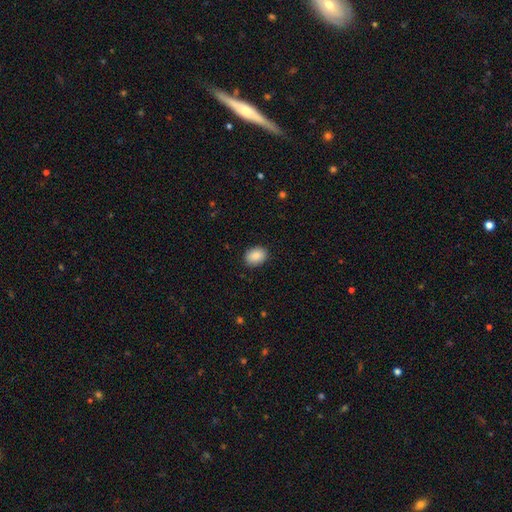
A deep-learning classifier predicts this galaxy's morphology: Overall: smooth (89%). How rounded: in between (67%; round 32%). Merging: none (88%).